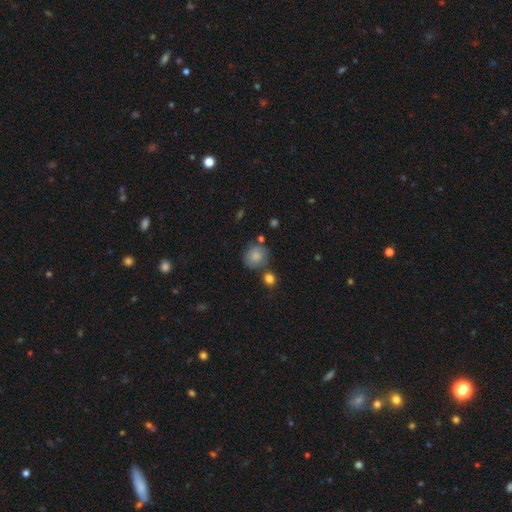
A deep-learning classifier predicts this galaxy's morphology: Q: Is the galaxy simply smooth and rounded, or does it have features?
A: smooth — 82%.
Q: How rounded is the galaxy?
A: round — 78%.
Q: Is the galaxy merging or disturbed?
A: none — 66%.